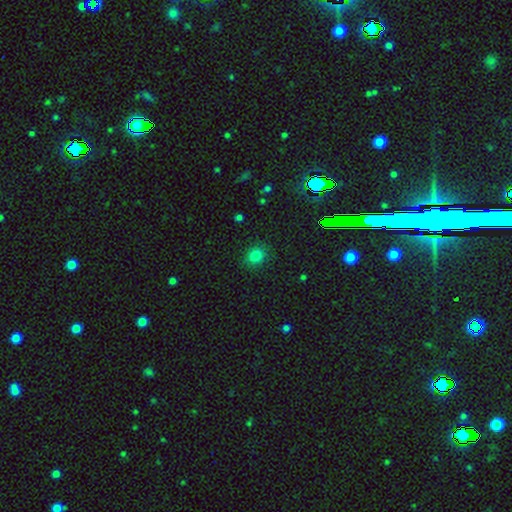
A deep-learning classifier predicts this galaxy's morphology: Smooth or featured? smooth (80%)
How rounded? round (76%)
Merging? none (86%)